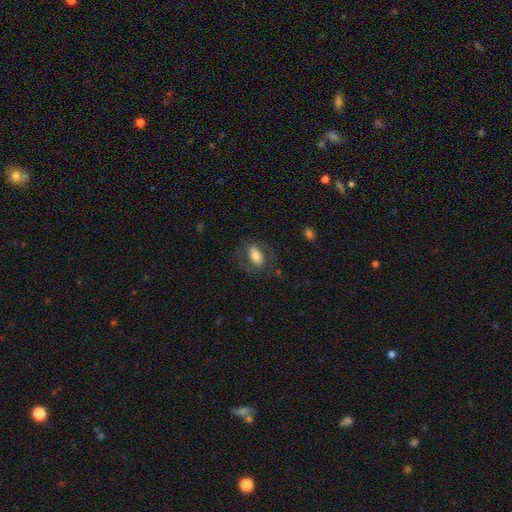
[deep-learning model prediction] smooth_or_featured: smooth (p=0.61) [alt: featured or disk p=0.32]
how_rounded: in between (p=0.88) [alt: round p=0.08]
merging: none (p=0.67) [alt: minor disturbance p=0.17]